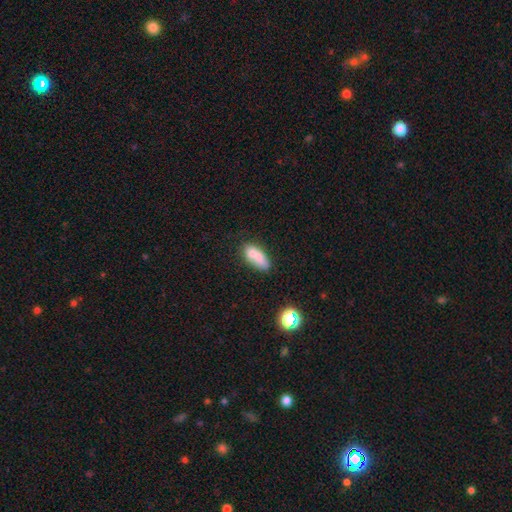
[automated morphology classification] The model was most divided on "merging": none: 44%, merger: 28%, minor disturbance: 20%, major disturbance: 8%. More confident: how rounded — in between (75%); smooth or featured — smooth (73%).